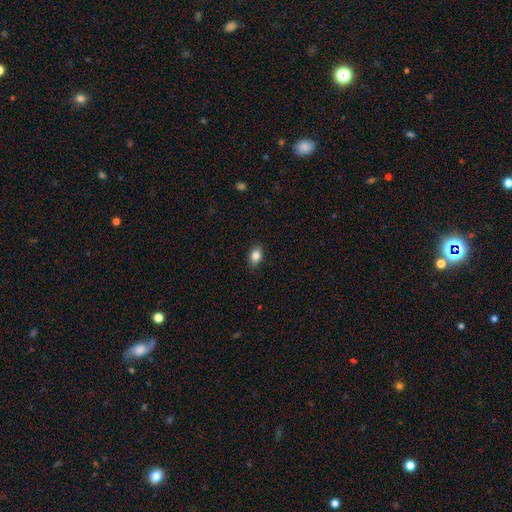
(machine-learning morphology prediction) smooth_or_featured: smooth (p=0.84) [alt: star or artifact p=0.08]
how_rounded: in between (p=0.82) [alt: round p=0.16]
merging: none (p=0.86) [alt: minor disturbance p=0.11]